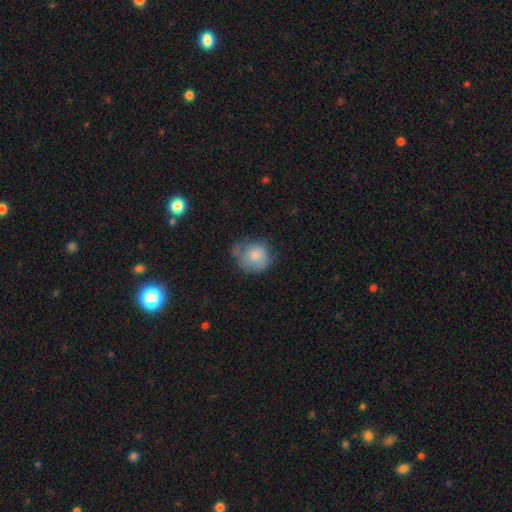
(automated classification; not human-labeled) A smooth galaxy with no disk features (74%) that is round (79%). Merging: none (47%).